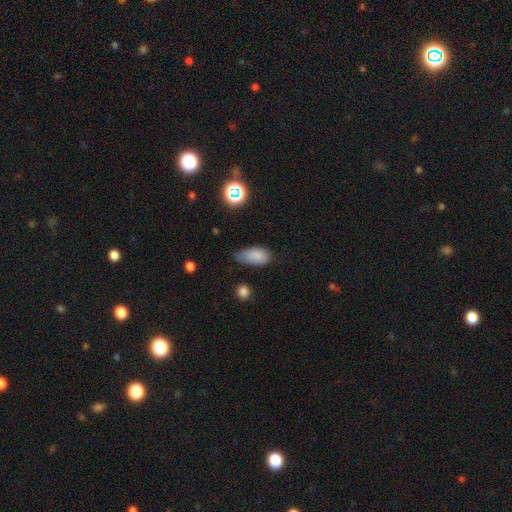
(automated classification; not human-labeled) smooth 82%, star or artifact 10%, featured or disk 7%. Down the decision tree: how rounded — in between (90%); merging — none (49%).